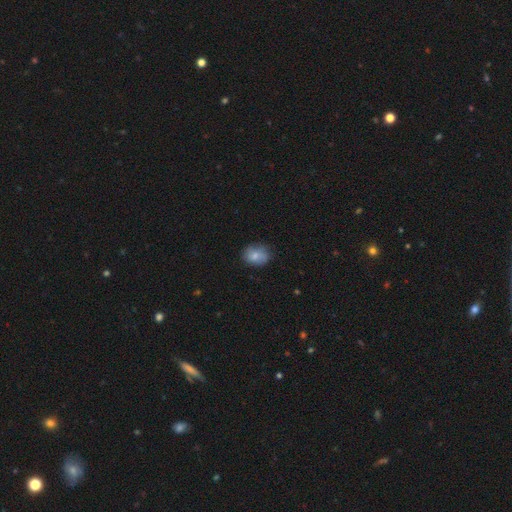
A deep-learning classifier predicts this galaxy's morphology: type=smooth (75%); roundness=in between (60%); merging=none (69%).